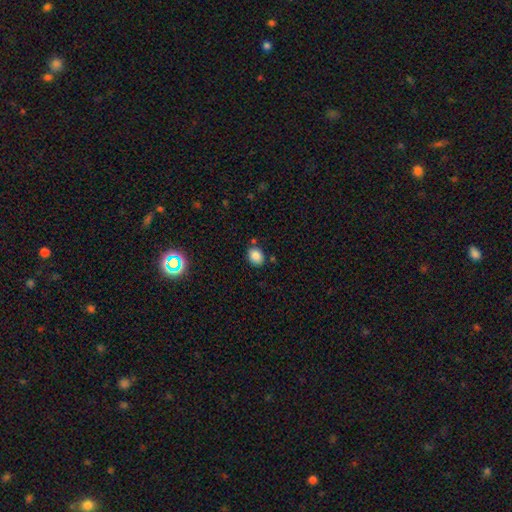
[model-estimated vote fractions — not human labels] The model was most divided on "how rounded": in between: 56%, round: 43%, cigar-shaped: 1%. More confident: smooth or featured — smooth (85%); merging — none (78%).